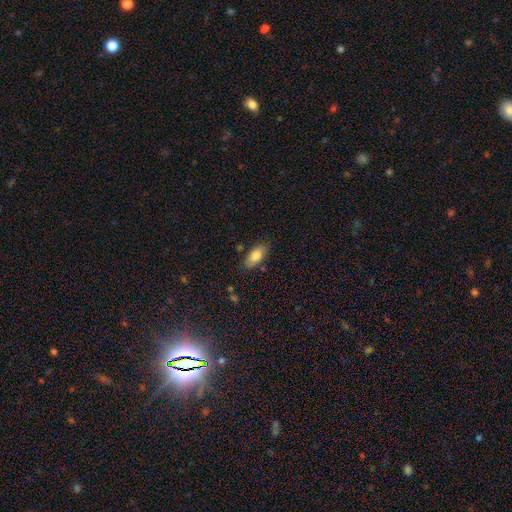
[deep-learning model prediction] This appears to be a smooth galaxy with no disk features (79%) that is in between round and cigar-shaped (88%). Merging: none (81%).